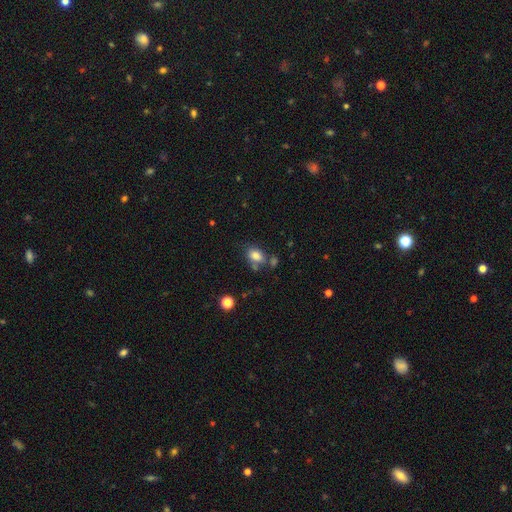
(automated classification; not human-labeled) The model was most divided on "merging": none: 61%, minor disturbance: 18%, merger: 15%, major disturbance: 6%. More confident: smooth or featured — smooth (81%); how rounded — in between (74%).